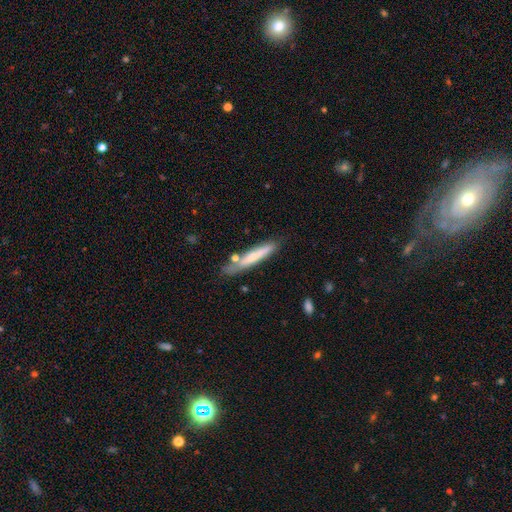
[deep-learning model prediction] smooth_or_featured: smooth (p=0.65) [alt: featured or disk p=0.29]
how_rounded: cigar-shaped (p=0.93) [alt: in between p=0.06]
merging: none (p=0.70) [alt: minor disturbance p=0.18]